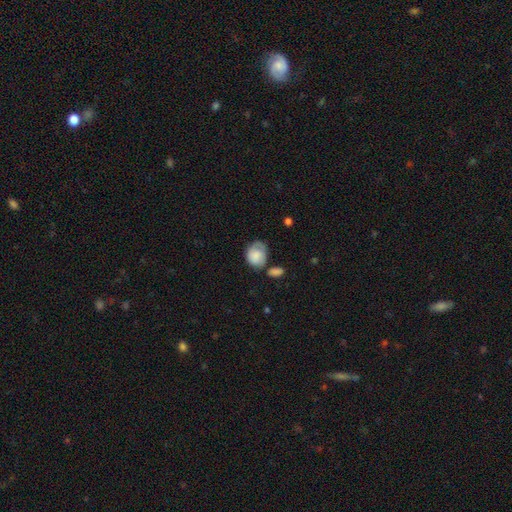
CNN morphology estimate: smooth_or_featured: smooth (p=0.77) [alt: featured or disk p=0.16]
how_rounded: in between (p=0.51) [alt: round p=0.48]
merging: none (p=0.36) [alt: minor disturbance p=0.34]